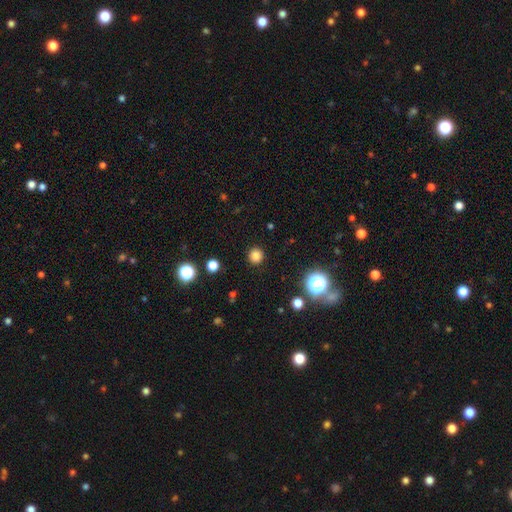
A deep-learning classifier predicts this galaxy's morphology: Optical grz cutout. It shows a smooth galaxy with no disk features (81%) that is round (93%). Merging: none (92%).